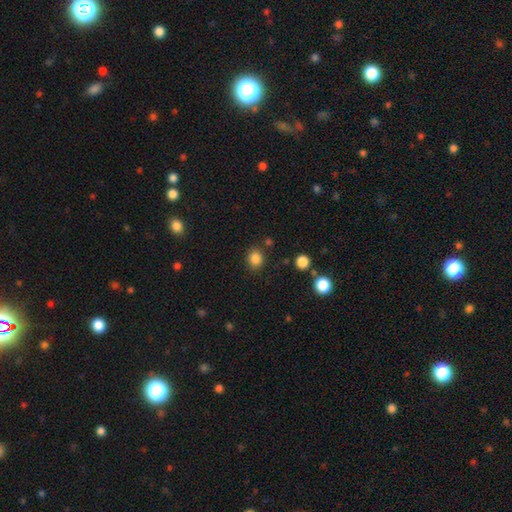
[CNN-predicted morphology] type=smooth (82%); roundness=round (75%); merging=none (86%).